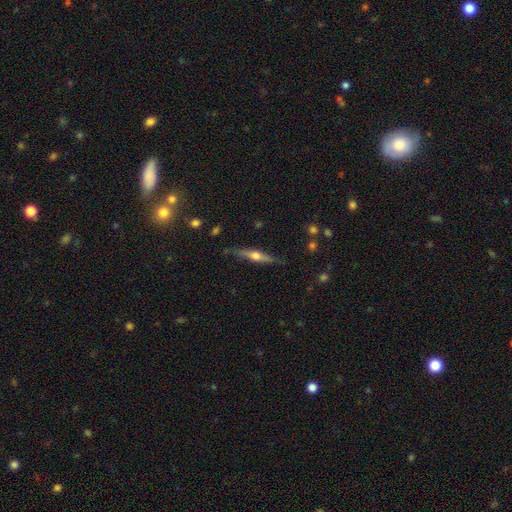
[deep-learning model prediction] This appears to be a featured or disk galaxy (65%) viewed edge-on (96%) with a rounded central bulge (92%). Merging: none (82%).